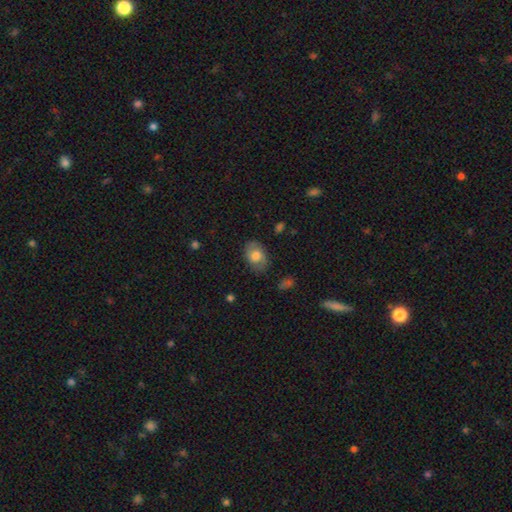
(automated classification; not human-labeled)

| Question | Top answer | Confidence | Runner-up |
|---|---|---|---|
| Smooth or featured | smooth | 70% | featured or disk (22%) |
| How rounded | in between | 81% | round (18%) |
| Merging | none | 77% | minor disturbance (17%) |